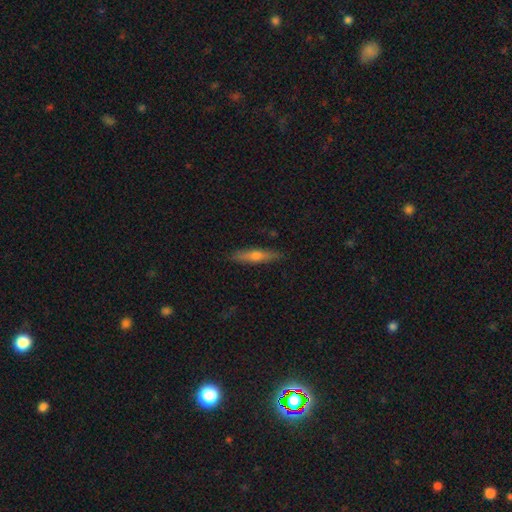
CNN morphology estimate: A featured or disk galaxy (55%) viewed edge-on (94%) with a rounded central bulge (88%).

Vote fractions:
- Smooth or featured? featured or disk: 55% / smooth: 38% / star or artifact: 7%
- Edge-on disk? yes: 94% / no: 6%
- Edge-on bulge? rounded: 88% / none: 9% / boxy: 3%
- Merging? none: 89% / minor disturbance: 8% / major disturbance: 2% / merger: 1%